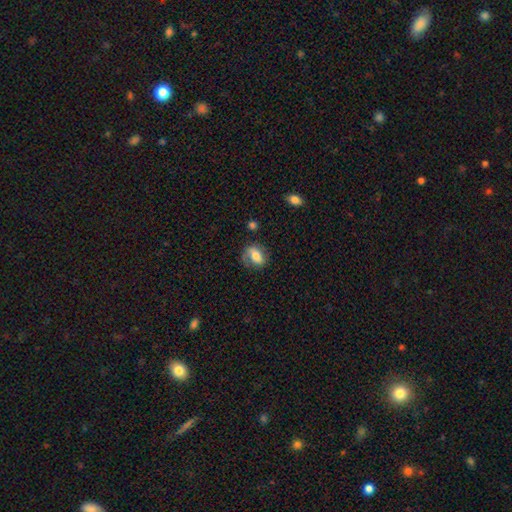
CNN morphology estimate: Smooth or featured? smooth (58%)
How rounded? in between (71%)
Merging? none (62%)